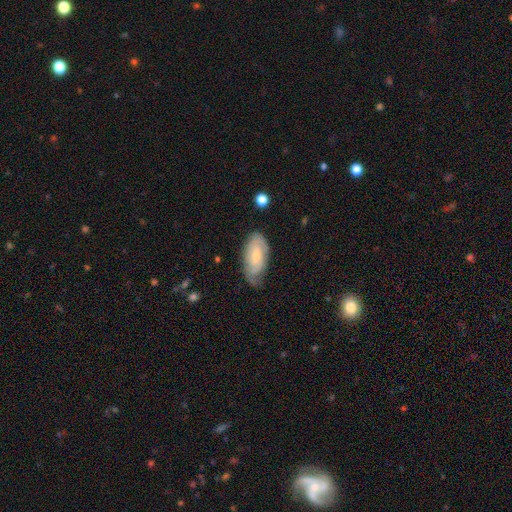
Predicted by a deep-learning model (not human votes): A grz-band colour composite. It shows a featured or disk galaxy (51%). Merging: none (58%).